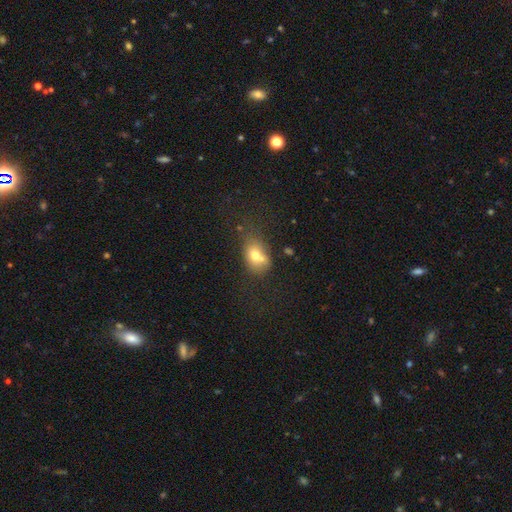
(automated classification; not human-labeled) A smooth galaxy with no disk features (68%) that is in between round and cigar-shaped (63%). Merging: merger (39%).